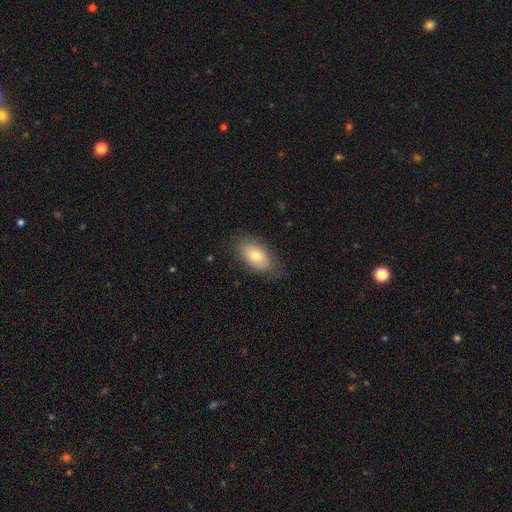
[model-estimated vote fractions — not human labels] Smooth or featured?
  - smooth: 74% *
  - featured or disk: 18%
  - star or artifact: 7%
How rounded?
  - in between: 92% *
  - round: 6%
  - cigar-shaped: 3%
Merging?
  - none: 76% *
  - minor disturbance: 18%
  - major disturbance: 5%
  - merger: 1%